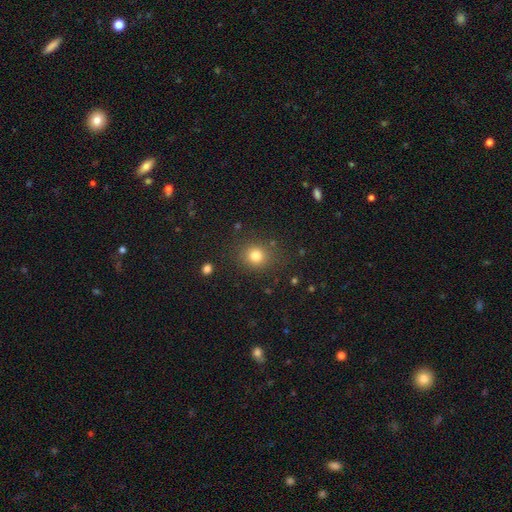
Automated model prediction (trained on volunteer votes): Morphology: type=smooth (81%); roundness=round (83%); merging=none (84%).